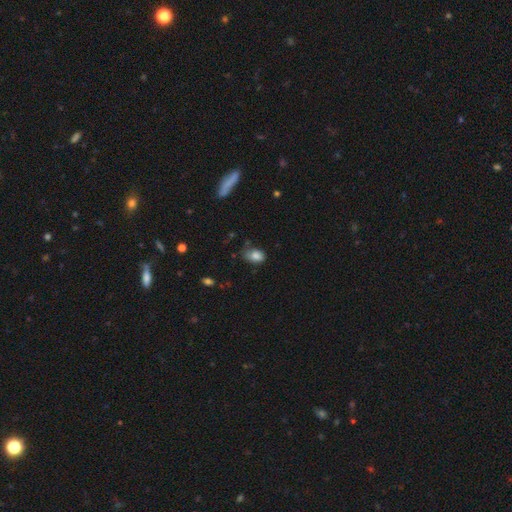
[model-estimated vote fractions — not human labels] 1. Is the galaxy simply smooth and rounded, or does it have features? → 81% smooth, 10% featured or disk, 9% star or artifact.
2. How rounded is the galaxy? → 83% in between, 15% round, 2% cigar-shaped.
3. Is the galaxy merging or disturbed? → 49% none, 35% minor disturbance, 12% major disturbance, 4% merger.